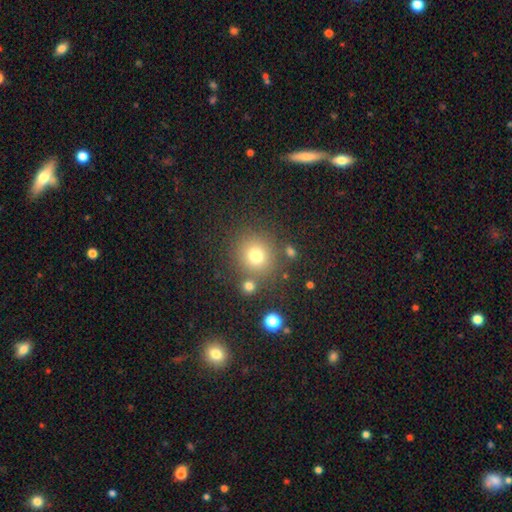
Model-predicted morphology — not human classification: A smooth galaxy with no disk features (75%) that is round (91%).

Vote fractions:
- Smooth or featured? smooth: 75% / star or artifact: 16% / featured or disk: 9%
- How rounded? round: 91% / in between: 8% / cigar-shaped: 1%
- Merging? none: 78% / merger: 9% / minor disturbance: 9% / major disturbance: 4%